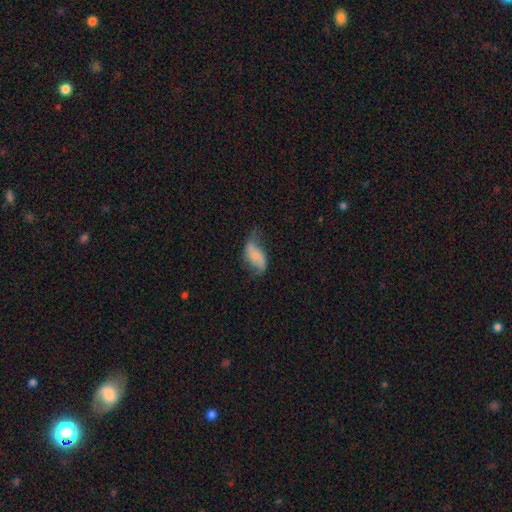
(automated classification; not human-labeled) Overall: smooth (48%; featured or disk 44%). Merging: none (46%; minor disturbance 33%).